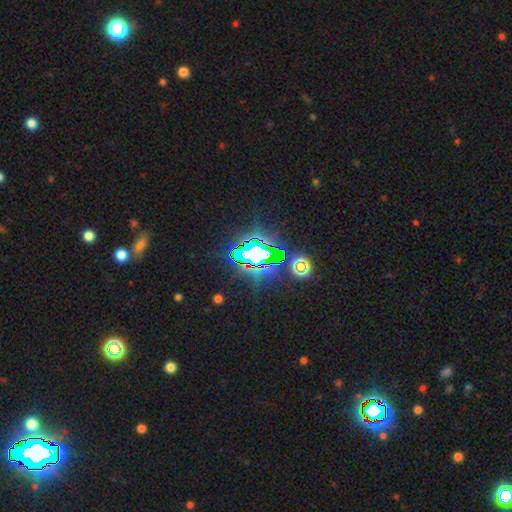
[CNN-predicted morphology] A star or artifact, not a galaxy (71%).